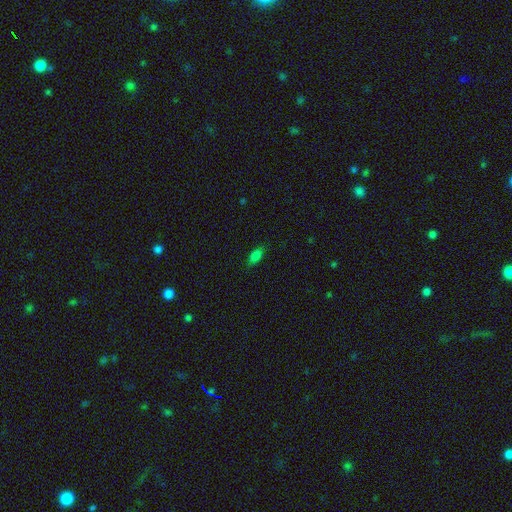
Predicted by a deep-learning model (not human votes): smooth 81%, star or artifact 12%, featured or disk 7%. Down the decision tree: how rounded — in between (84%); merging — none (83%).